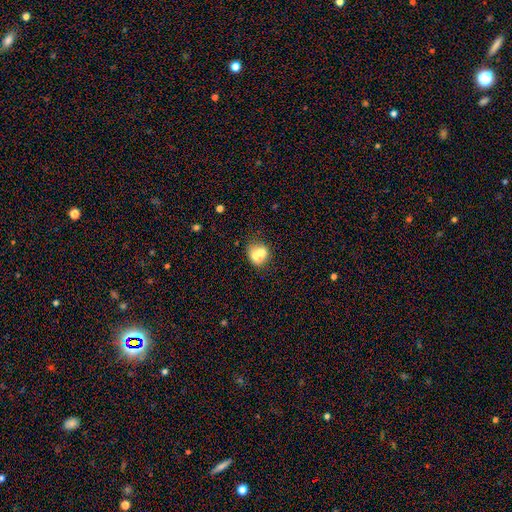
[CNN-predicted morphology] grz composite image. It shows a smooth galaxy with no disk features (62%) that is round (70%). Merging: merger (57%).